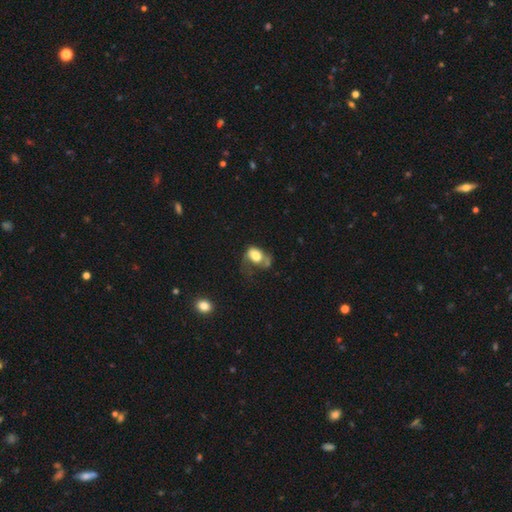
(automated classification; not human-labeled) Smooth or featured? smooth (66%)
How rounded? in between (70%)
Merging? major disturbance (45%)